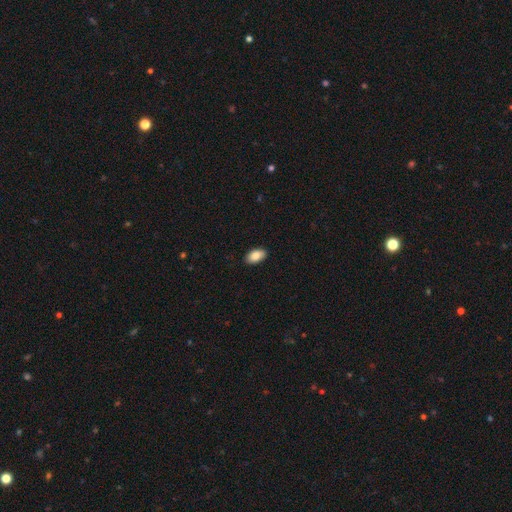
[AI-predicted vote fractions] Q: Smooth or featured?
A: smooth (87%); runner-up: star or artifact (7%)
Q: How rounded?
A: in between (94%); runner-up: round (4%)
Q: Merging?
A: none (88%); runner-up: minor disturbance (9%)